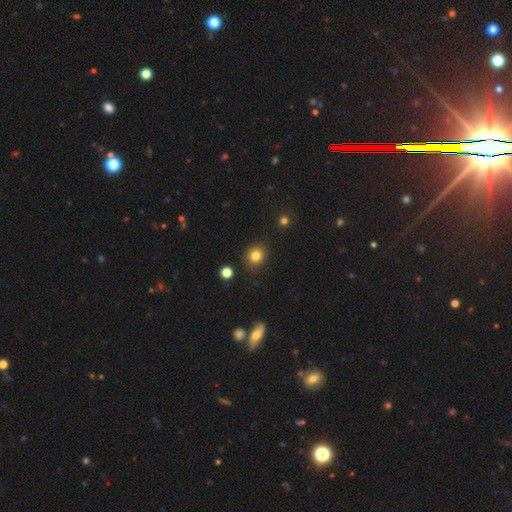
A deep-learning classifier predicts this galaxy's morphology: Smooth or featured? Predicted: smooth (p=0.82). How rounded? Predicted: round (p=0.83). Merging? Predicted: none (p=0.87).